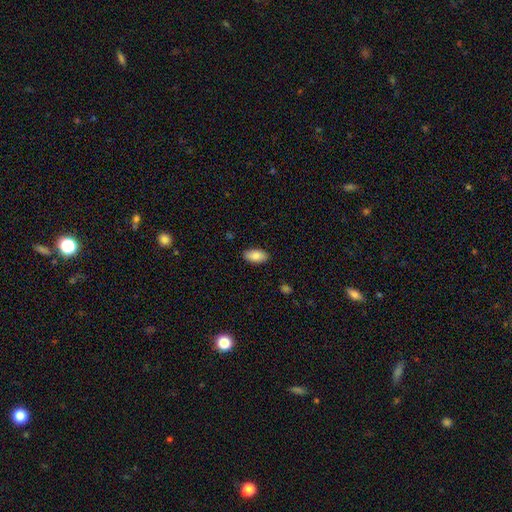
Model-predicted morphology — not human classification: This is clearly a smooth galaxy (86%). How rounded: clearly in between (94%). Merging: clearly none (89%).